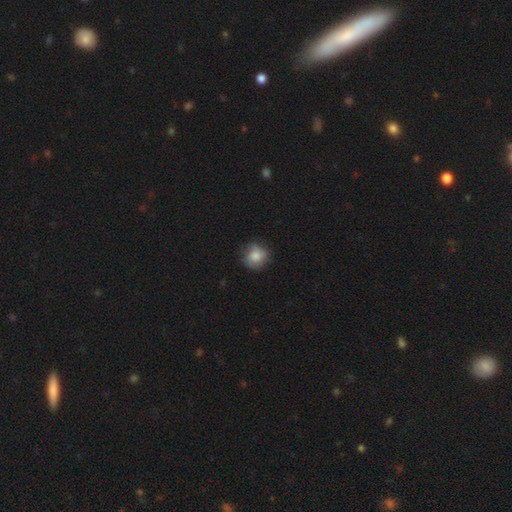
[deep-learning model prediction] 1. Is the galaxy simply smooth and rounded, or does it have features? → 75% smooth, 17% featured or disk, 8% star or artifact.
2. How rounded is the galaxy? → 87% round, 12% in between, 1% cigar-shaped.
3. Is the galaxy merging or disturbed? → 73% none, 20% minor disturbance, 6% major disturbance, 1% merger.